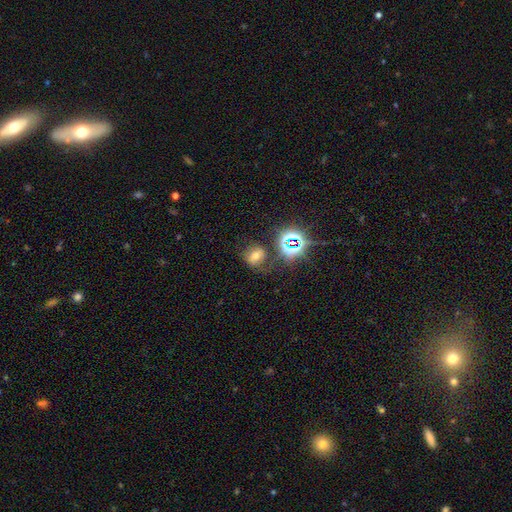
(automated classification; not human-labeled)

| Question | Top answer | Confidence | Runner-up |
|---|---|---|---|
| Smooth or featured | smooth | 50% | star or artifact (30%) |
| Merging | none | 67% | minor disturbance (17%) |